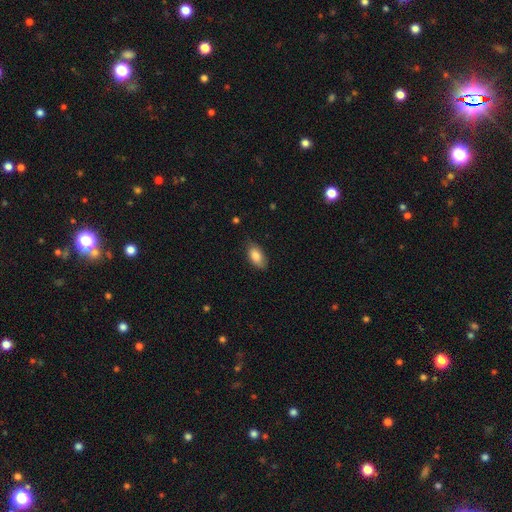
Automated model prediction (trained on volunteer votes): The model was most divided on "merging": none: 78%, minor disturbance: 17%, major disturbance: 3%, merger: 1%. More confident: how rounded — in between (92%); smooth or featured — smooth (84%).